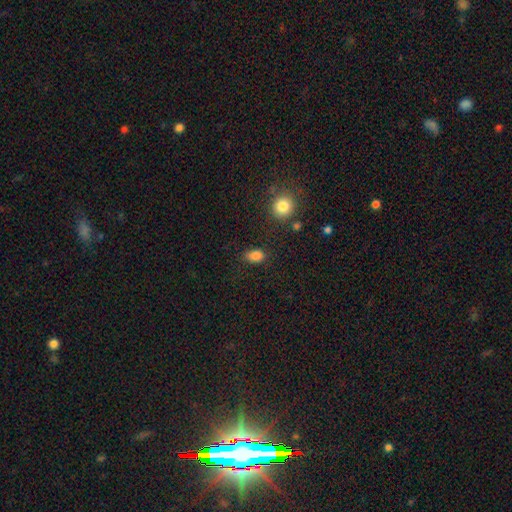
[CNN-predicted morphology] This is clearly a smooth galaxy (84%). How rounded: clearly in between (82%). Merging: clearly none (81%).